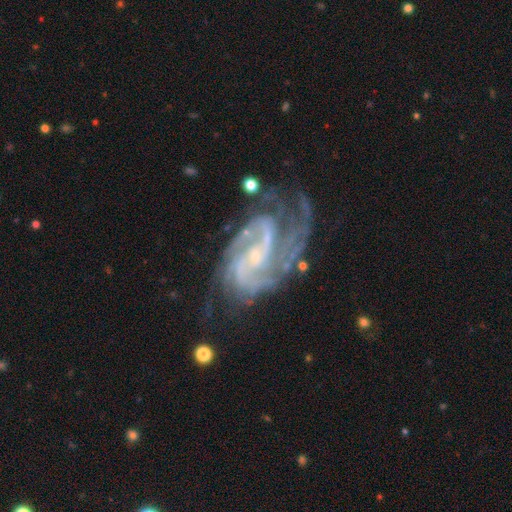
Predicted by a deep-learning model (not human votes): smooth_or_featured: featured or disk (p=0.90) [alt: star or artifact p=0.06]
disk_edge_on: no (p=0.97) [alt: yes p=0.03]
bar: no (p=0.45) [alt: weak p=0.40]
has_spiral_arms: yes (p=0.97) [alt: no p=0.03]
spiral_winding: medium (p=0.48) [alt: tight p=0.38]
spiral_arm_count: 2 (p=0.36) [alt: 3 p=0.21]
bulge_size: small (p=0.79) [alt: moderate p=0.13]
merging: none (p=0.55) [alt: minor disturbance p=0.22]